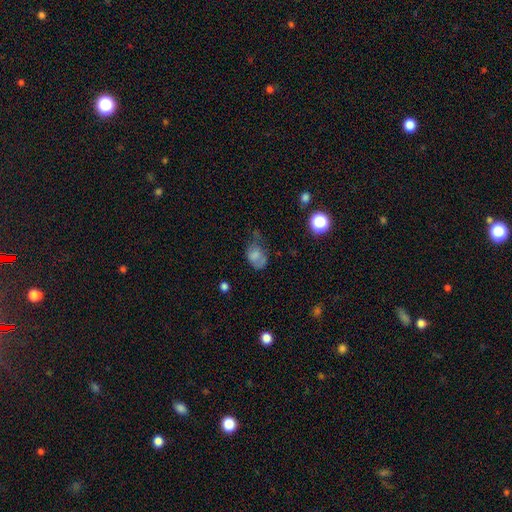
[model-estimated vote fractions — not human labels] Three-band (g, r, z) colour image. It shows a smooth galaxy with no disk features (66%) that is in between round and cigar-shaped (75%). Merging: minor disturbance (34%).